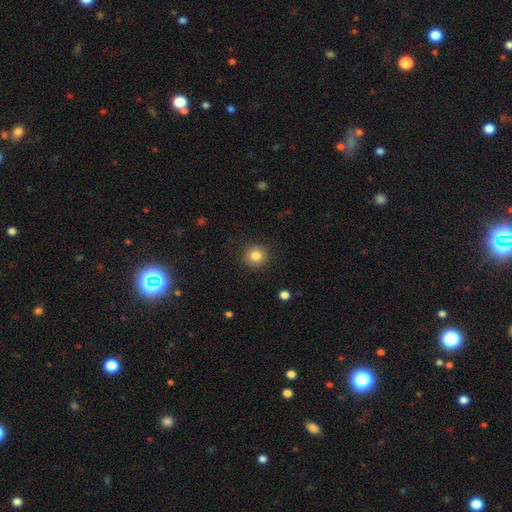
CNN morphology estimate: type=smooth (83%); roundness=round (90%); merging=none (91%).